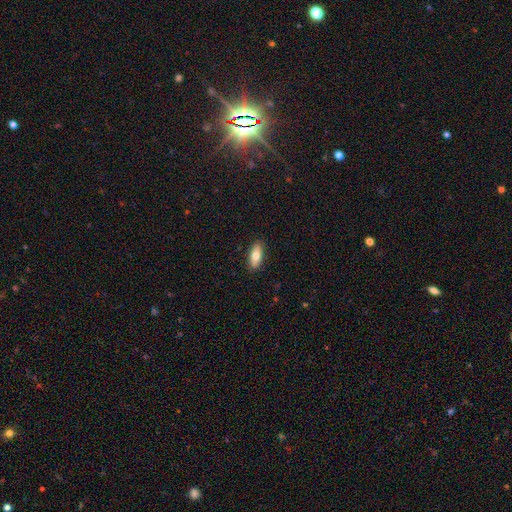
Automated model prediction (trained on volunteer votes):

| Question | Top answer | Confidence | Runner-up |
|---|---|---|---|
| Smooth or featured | smooth | 78% | featured or disk (16%) |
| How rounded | in between | 79% | cigar-shaped (19%) |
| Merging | none | 88% | minor disturbance (9%) |